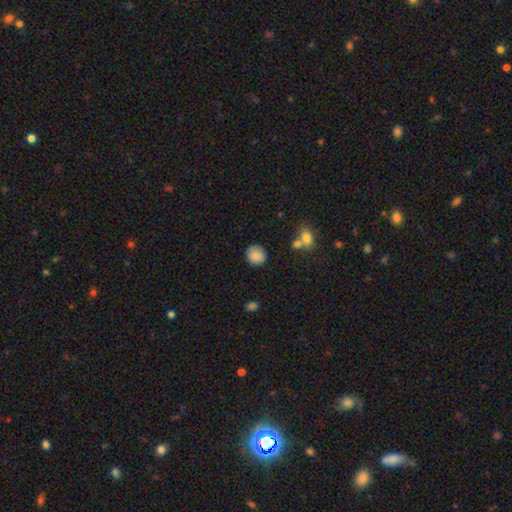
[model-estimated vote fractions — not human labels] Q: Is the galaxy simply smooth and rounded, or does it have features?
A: smooth — 86%.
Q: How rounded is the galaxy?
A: round — 86%.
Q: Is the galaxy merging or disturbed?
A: none — 83%.